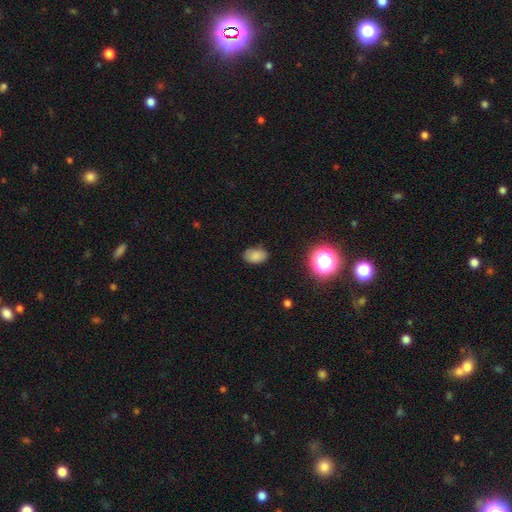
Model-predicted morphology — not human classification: Smooth or featured?
  - smooth: 81% *
  - star or artifact: 12%
  - featured or disk: 6%
How rounded?
  - in between: 87% *
  - round: 12%
  - cigar-shaped: 1%
Merging?
  - none: 83% *
  - minor disturbance: 13%
  - major disturbance: 3%
  - merger: 1%